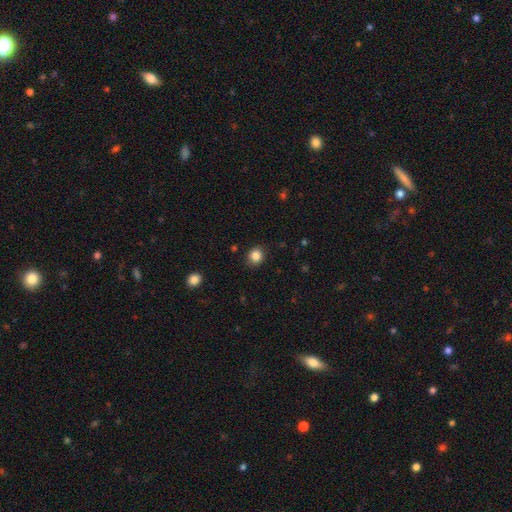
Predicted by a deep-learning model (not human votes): Smooth or featured?
  - smooth: 85% *
  - star or artifact: 11%
  - featured or disk: 4%
How rounded?
  - round: 80% *
  - in between: 19%
  - cigar-shaped: 1%
Merging?
  - none: 87% *
  - minor disturbance: 9%
  - major disturbance: 2%
  - merger: 1%